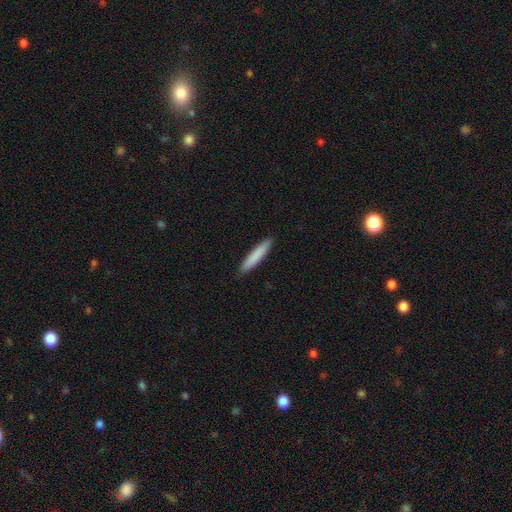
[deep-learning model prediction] smooth 84%, featured or disk 11%, star or artifact 5%. Down the decision tree: how rounded — cigar-shaped (92%); merging — none (92%).